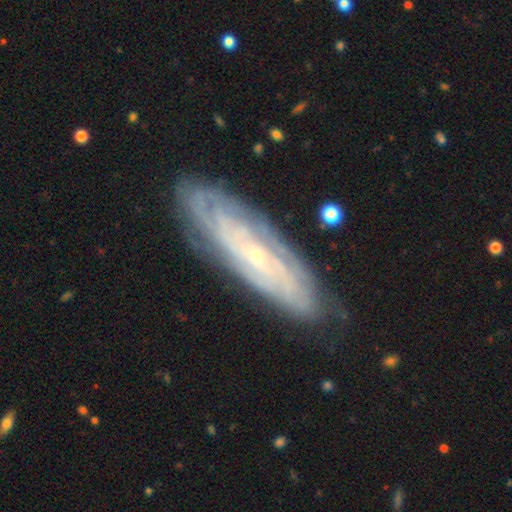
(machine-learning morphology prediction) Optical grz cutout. It shows a featured or disk galaxy (81%) with no bar (70%), tight (80%) spiral arms (94%) and a small central bulge (80%). Merging: none (83%).